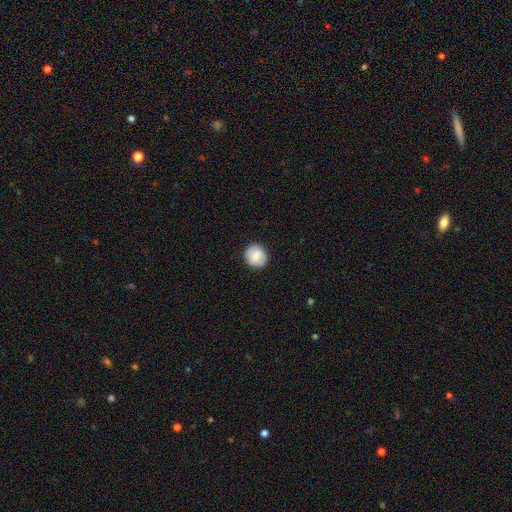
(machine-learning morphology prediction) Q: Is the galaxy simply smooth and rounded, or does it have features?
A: smooth — 76%.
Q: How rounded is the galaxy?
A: round — 88%.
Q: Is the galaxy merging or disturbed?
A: none — 88%.